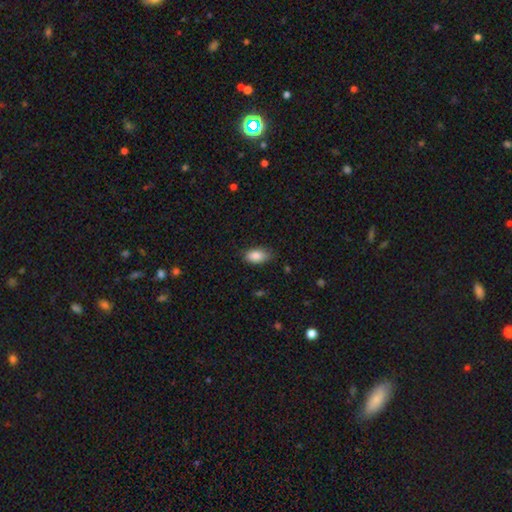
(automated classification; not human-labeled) Overall: smooth (87%). How rounded: in between (92%). Merging: none (78%).